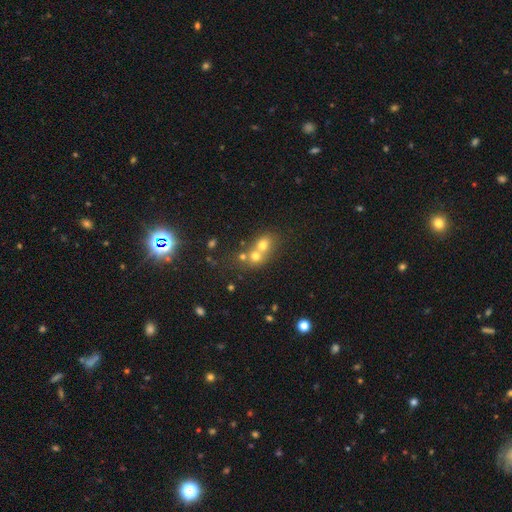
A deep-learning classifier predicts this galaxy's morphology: A smooth galaxy with no disk features (65%) that is round (70%). Merging: merger (65%).